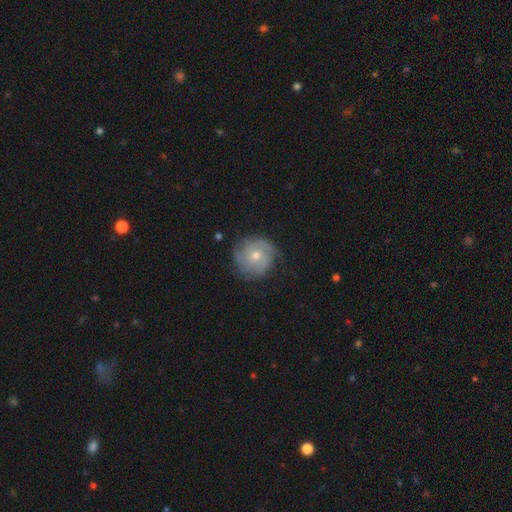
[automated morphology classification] type=featured or disk (70%); edge-on=no (97%); bar=no (81%); spiral arms=yes (91%); winding=tight (63%); arm count=3 (32%); bulge=moderate (59%); merging=none (78%).